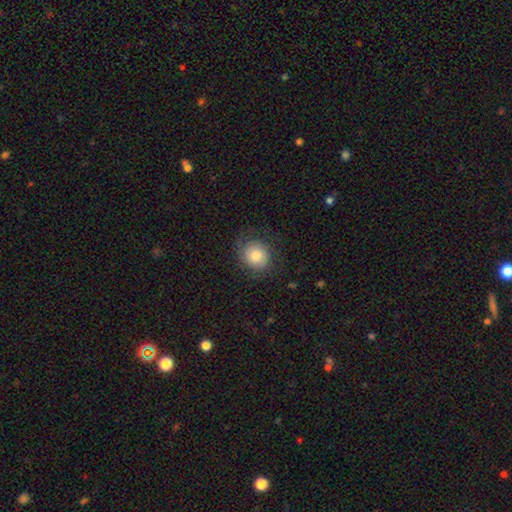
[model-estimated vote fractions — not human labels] This is likely a smooth galaxy (70%). How rounded: likely round (79%). Merging: likely none (74%).